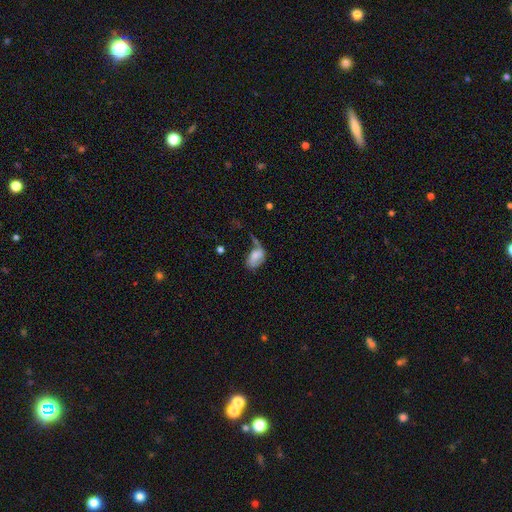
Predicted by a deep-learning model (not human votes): Morphology: type=smooth (59%); roundness=in between (88%); merging=major disturbance (34%).